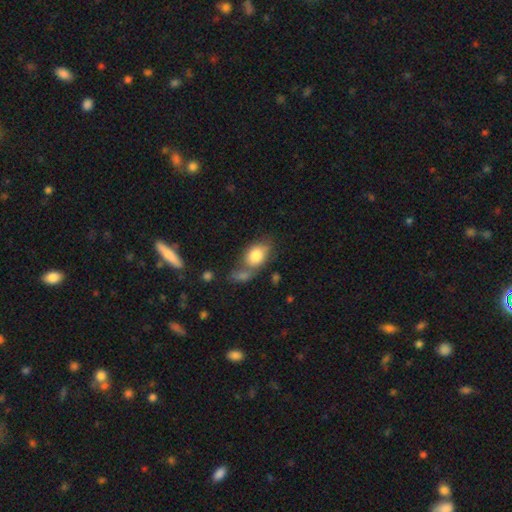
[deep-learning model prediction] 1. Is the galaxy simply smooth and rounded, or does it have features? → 80% smooth, 13% featured or disk, 7% star or artifact.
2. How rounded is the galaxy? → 78% in between, 20% round, 2% cigar-shaped.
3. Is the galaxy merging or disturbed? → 42% none, 33% merger, 16% minor disturbance, 8% major disturbance.